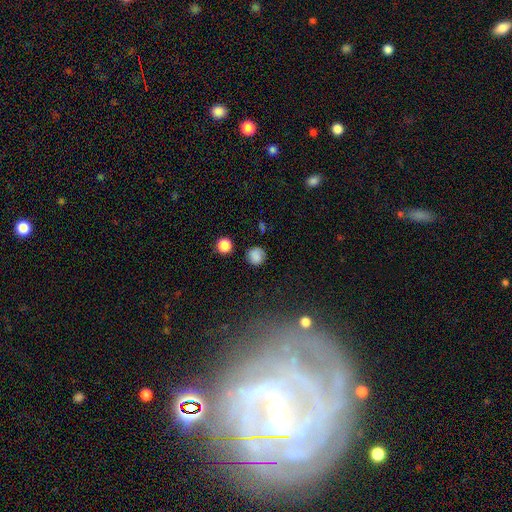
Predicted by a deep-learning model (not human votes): Smooth or featured? smooth (76%)
How rounded? round (86%)
Merging? none (75%)